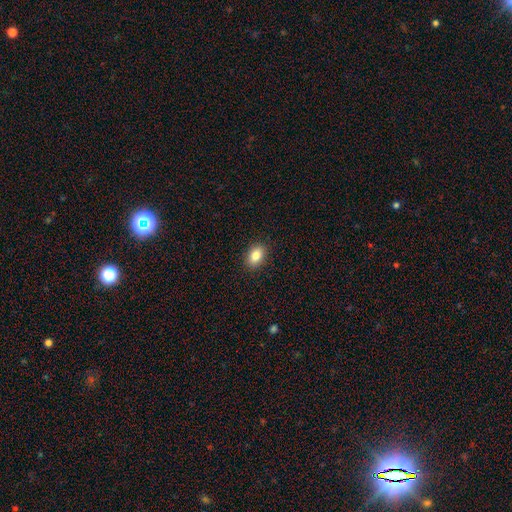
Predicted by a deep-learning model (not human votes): A smooth galaxy with no disk features (85%) that is in between round and cigar-shaped (84%). Merging: none (90%).